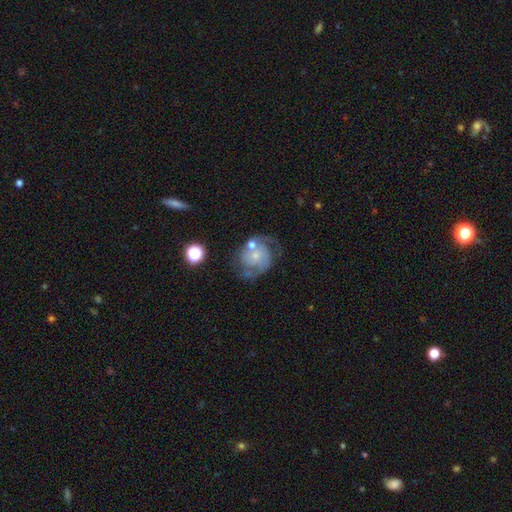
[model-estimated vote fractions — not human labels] Morphology: type=featured or disk (79%); edge-on=no (98%); bar=no (71%); spiral arms=yes (94%); winding=medium (50%); arm count=2 (81%); bulge=small (67%); merging=none (55%).